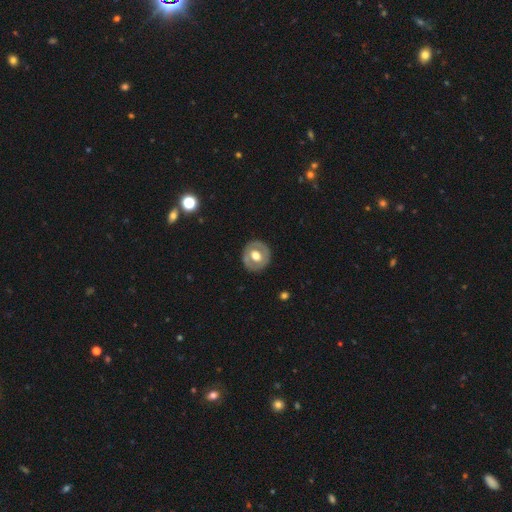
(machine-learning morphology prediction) A featured or disk galaxy (48%). Merging: none (86%).